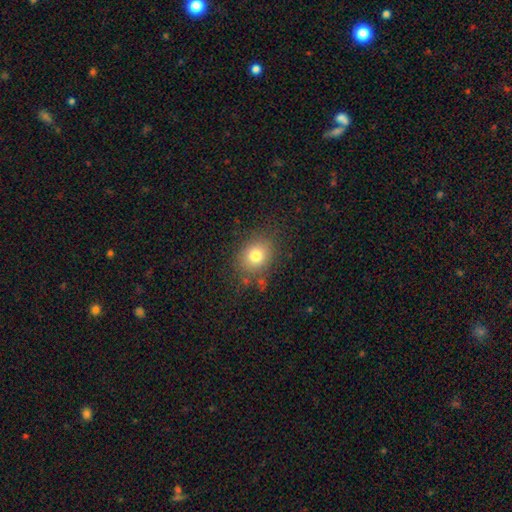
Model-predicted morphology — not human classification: Overall: smooth (77%). How rounded: round (58%; in between 41%). Merging: none (79%).